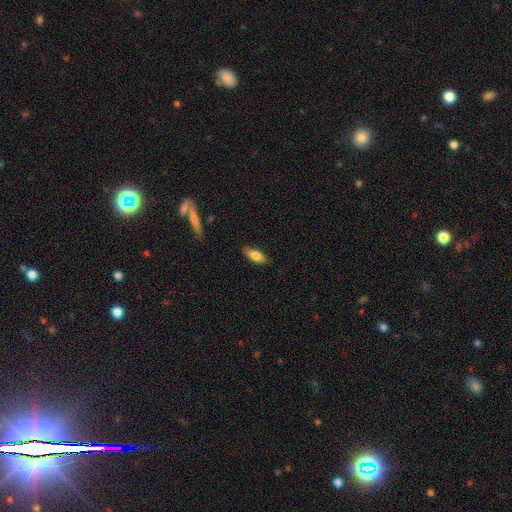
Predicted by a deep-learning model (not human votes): A smooth galaxy with no disk features (76%) that is in between round and cigar-shaped (73%).

Vote fractions:
- Smooth or featured? smooth: 76% / featured or disk: 18% / star or artifact: 7%
- How rounded? in between: 73% / cigar-shaped: 25% / round: 3%
- Merging? none: 77% / minor disturbance: 18% / major disturbance: 3% / merger: 1%